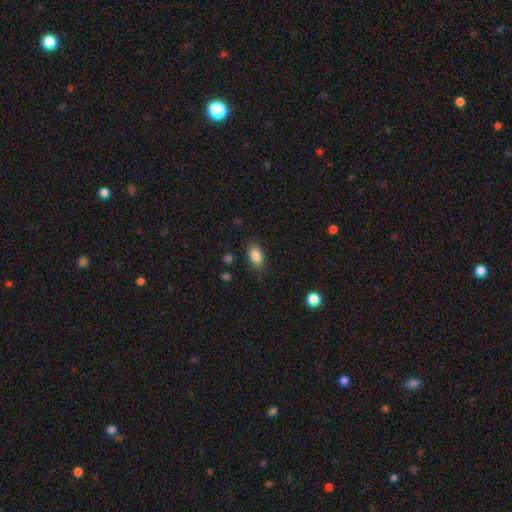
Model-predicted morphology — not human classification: This appears to be a smooth galaxy with no disk features (87%) that is in between round and cigar-shaped (88%). Merging: none (83%).